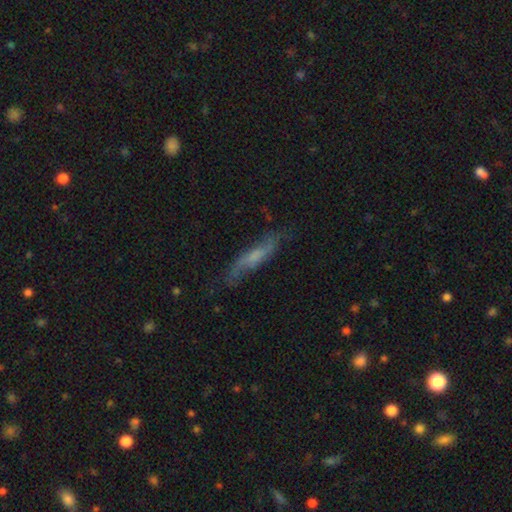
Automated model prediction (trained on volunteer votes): Smooth or featured? Predicted: featured or disk (p=0.56). Edge-on disk? Predicted: yes (p=0.57). Merging? Predicted: none (p=0.75).